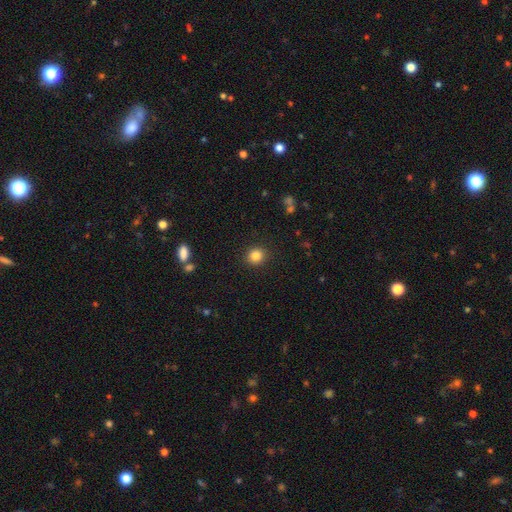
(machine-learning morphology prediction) A smooth galaxy with no disk features (84%) that is round (86%).

Vote fractions:
- Smooth or featured? smooth: 84% / star or artifact: 11% / featured or disk: 5%
- How rounded? round: 86% / in between: 13% / cigar-shaped: 1%
- Merging? none: 91% / minor disturbance: 6% / major disturbance: 2% / merger: 1%